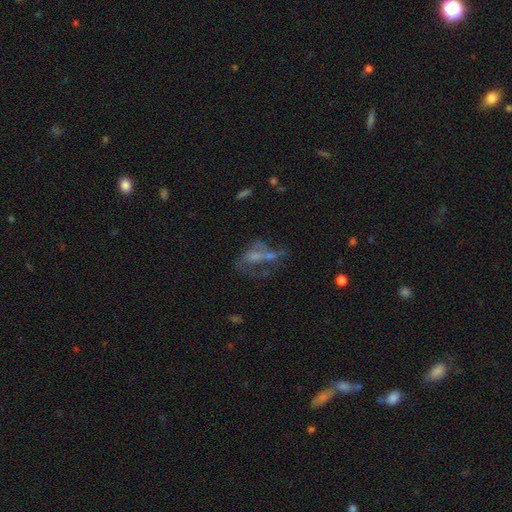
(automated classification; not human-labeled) Morphology: type=featured or disk (57%); edge-on=no (96%); bar=no (69%); spiral arms=no (62%); bulge=none (42%); merging=major disturbance (39%).